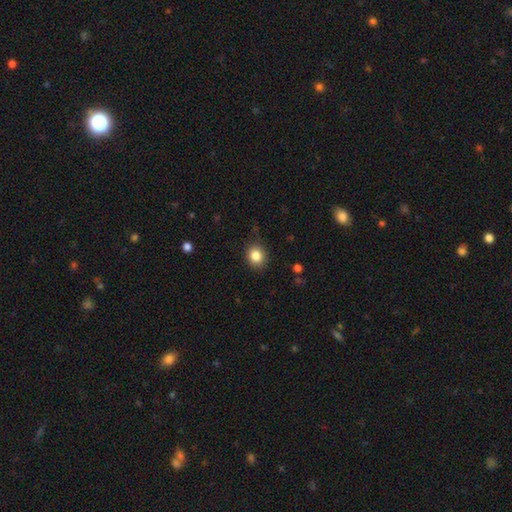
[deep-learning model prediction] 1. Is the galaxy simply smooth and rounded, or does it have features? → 84% smooth, 10% star or artifact, 6% featured or disk.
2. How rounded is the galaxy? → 72% round, 28% in between, 1% cigar-shaped.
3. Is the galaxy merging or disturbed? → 86% none, 10% minor disturbance, 3% major disturbance, 1% merger.